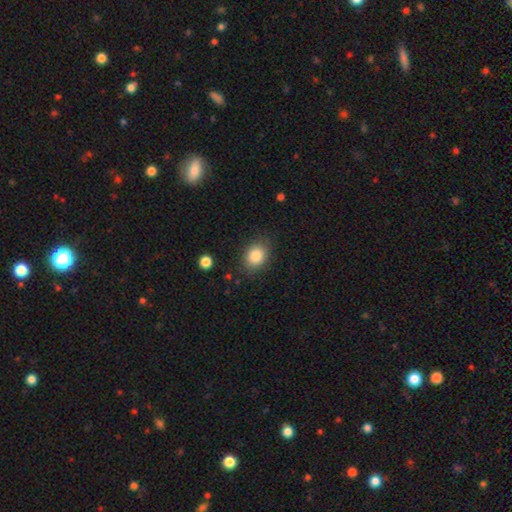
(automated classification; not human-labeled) smooth_or_featured: smooth (p=0.85) [alt: star or artifact p=0.09]
how_rounded: in between (p=0.55) [alt: round p=0.44]
merging: none (p=0.82) [alt: minor disturbance p=0.13]